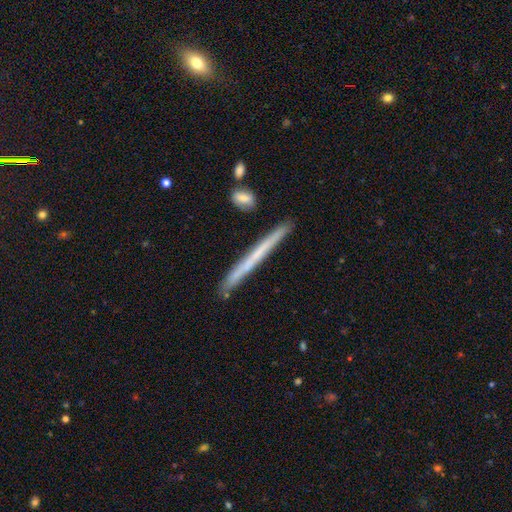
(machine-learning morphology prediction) smooth-or-featured: featured or disk: 47% | smooth: 46% | star or artifact: 7%
  merging: none: 87% | minor disturbance: 9% | merger: 2% | major disturbance: 2%